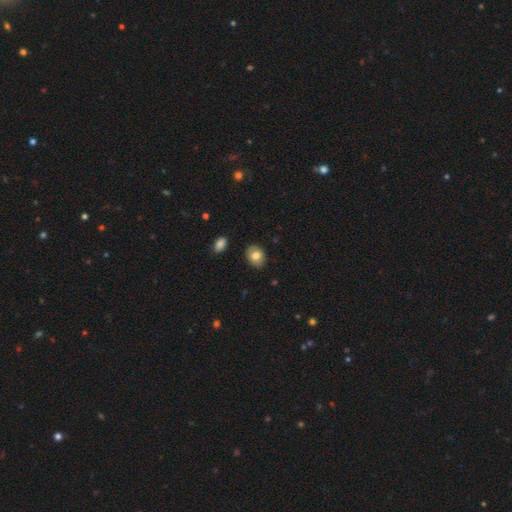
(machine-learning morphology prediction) This is likely a smooth galaxy (79%). How rounded: possibly in between (57%). Merging: clearly none (85%).